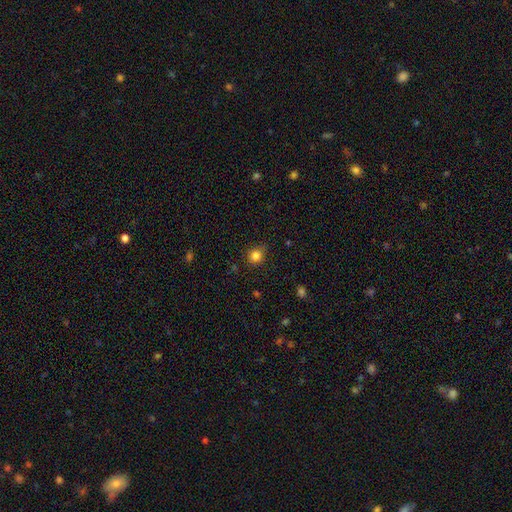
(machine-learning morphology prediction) smooth 83%, star or artifact 13%, featured or disk 4%. Down the decision tree: how rounded — round (86%); merging — none (80%).